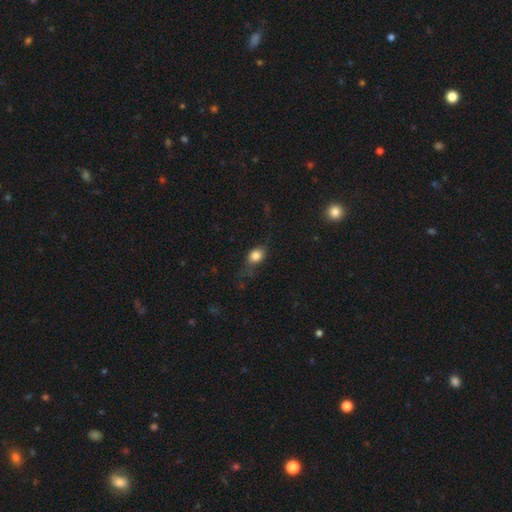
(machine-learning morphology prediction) smooth_or_featured: smooth (p=0.79) [alt: featured or disk p=0.12]
how_rounded: in between (p=0.58) [alt: round p=0.39]
merging: none (p=0.55) [alt: minor disturbance p=0.27]